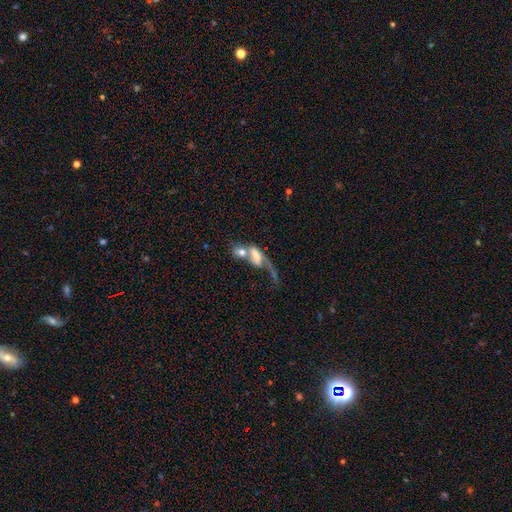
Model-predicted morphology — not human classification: smooth 46%, featured or disk 45%, star or artifact 10%. Down the decision tree: merging — merger (61%).